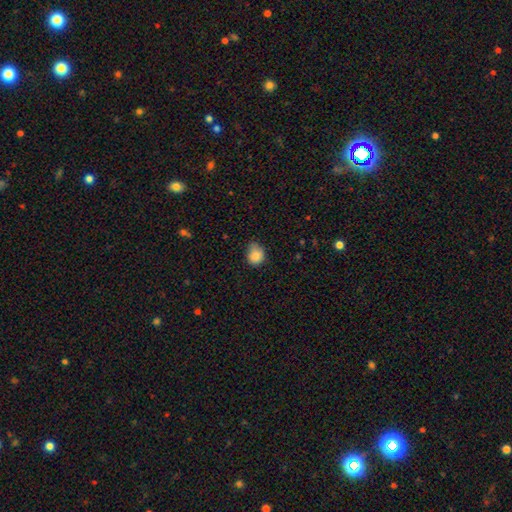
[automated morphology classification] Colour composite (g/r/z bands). It shows a smooth galaxy with no disk features (84%) that is round (65%). Merging: none (54%).